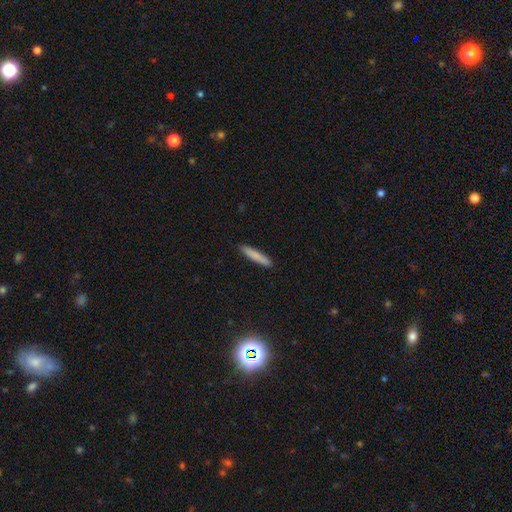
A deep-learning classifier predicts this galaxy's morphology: smooth 83%, featured or disk 10%, star or artifact 6%. Down the decision tree: how rounded — cigar-shaped (90%); merging — none (91%).